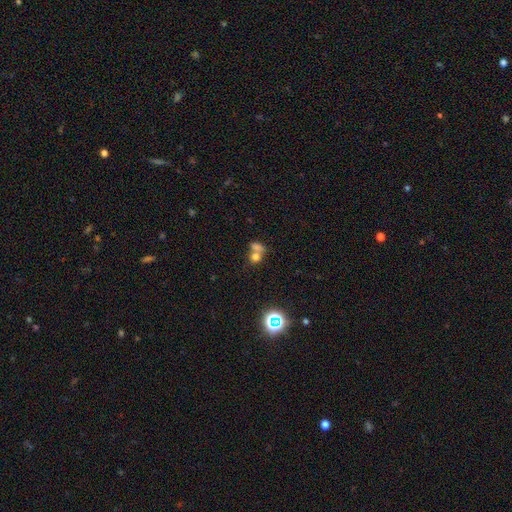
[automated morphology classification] This appears to be a smooth galaxy with no disk features (70%) that is round (57%). Merging: merger (59%).